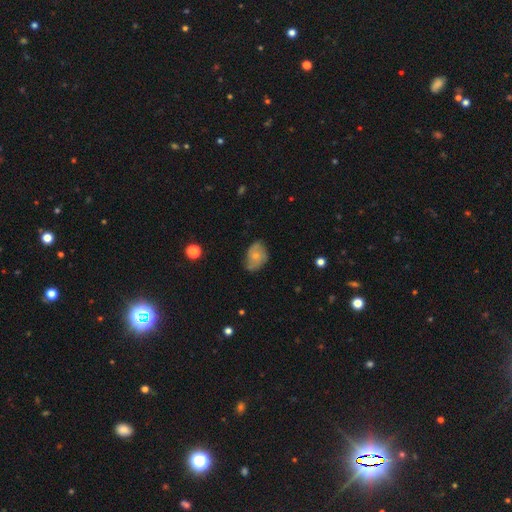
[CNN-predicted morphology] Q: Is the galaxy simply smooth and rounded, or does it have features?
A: featured or disk — 46%, tied with smooth.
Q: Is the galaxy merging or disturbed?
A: none — 63%.